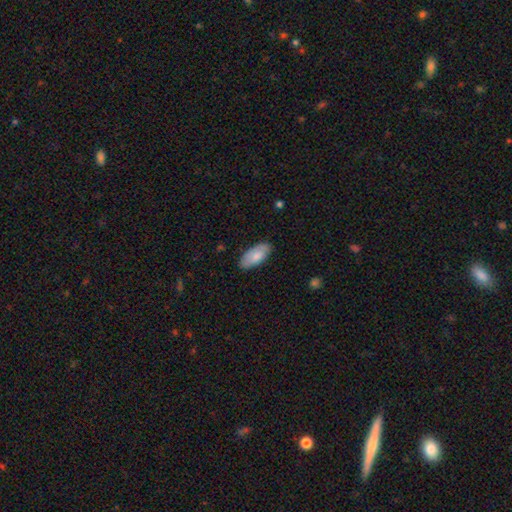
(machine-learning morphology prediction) A smooth galaxy with no disk features (80%) that is in between round and cigar-shaped (89%). Merging: none (83%).